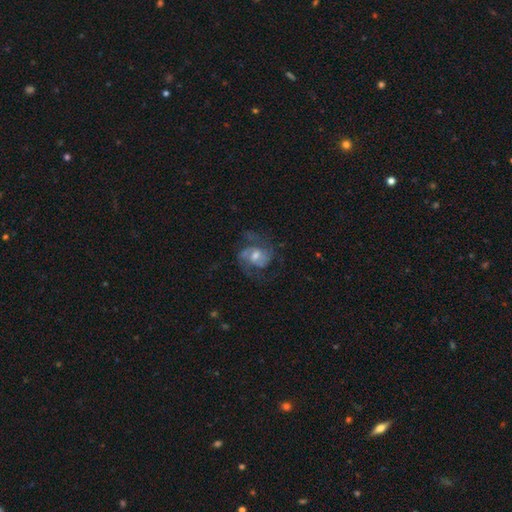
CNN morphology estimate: A featured or disk galaxy (77%) with no bar (51%), 2 (65%) medium (51%) spiral arms (90%) and a moderate central bulge (59%). Merging: none (61%).